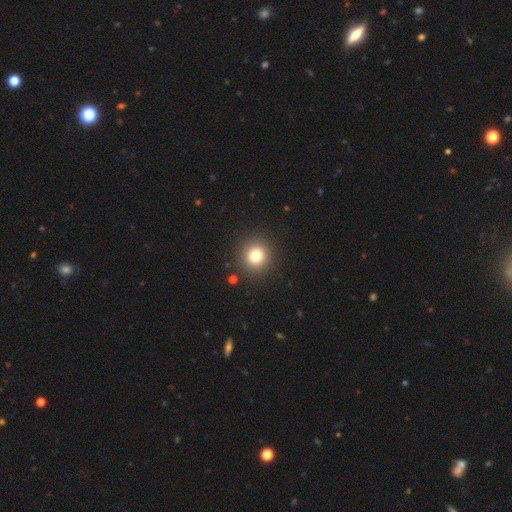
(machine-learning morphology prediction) smooth 78%, star or artifact 13%, featured or disk 8%. Down the decision tree: how rounded — round (93%); merging — none (91%).